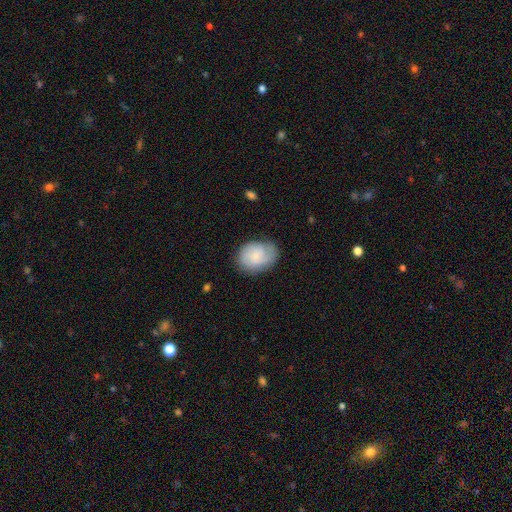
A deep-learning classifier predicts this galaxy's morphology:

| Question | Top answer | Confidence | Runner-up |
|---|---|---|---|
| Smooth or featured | smooth | 60% | featured or disk (33%) |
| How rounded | in between | 63% | round (36%) |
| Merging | none | 70% | minor disturbance (22%) |